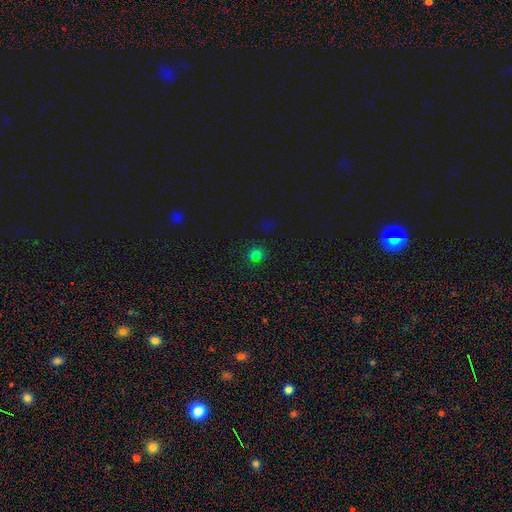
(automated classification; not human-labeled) This appears to be a smooth galaxy with no disk features (68%) that is round (70%). Merging: none (80%).